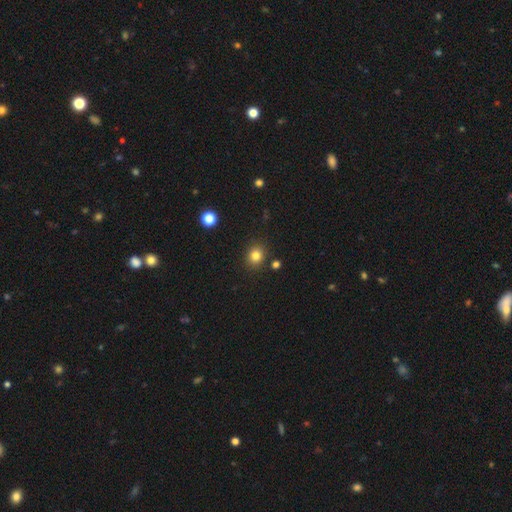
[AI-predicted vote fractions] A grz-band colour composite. It shows a smooth galaxy with no disk features (81%) that is round (77%). Merging: none (86%).